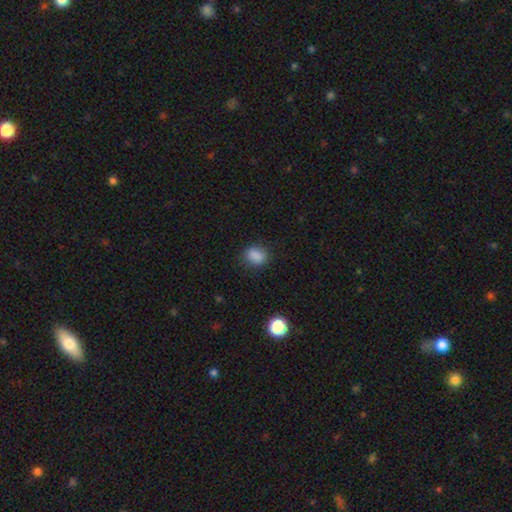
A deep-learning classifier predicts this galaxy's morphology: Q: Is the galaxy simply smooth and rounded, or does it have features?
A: smooth — 85%.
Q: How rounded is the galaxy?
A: in between — 60%.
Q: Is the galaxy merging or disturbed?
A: none — 82%.